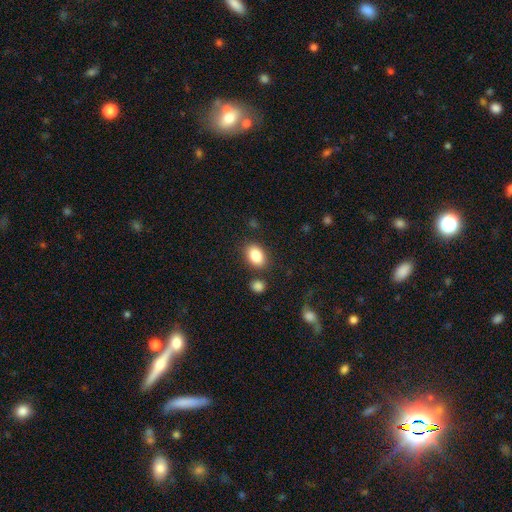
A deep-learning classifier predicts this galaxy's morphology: The model was most divided on "how rounded": in between: 84%, round: 14%, cigar-shaped: 1%. More confident: smooth or featured — smooth (86%); merging — none (81%).